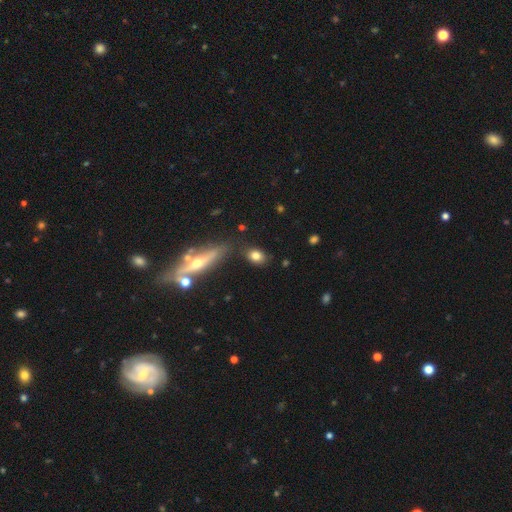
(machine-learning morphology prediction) The model was most divided on "how rounded": in between: 68%, round: 28%, cigar-shaped: 4%. More confident: merging — none (79%); smooth or featured — smooth (78%).